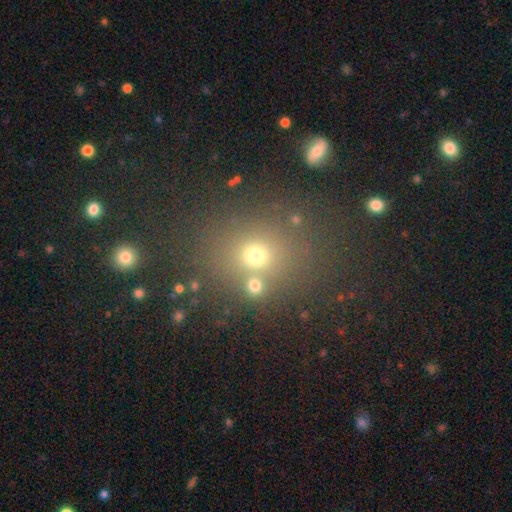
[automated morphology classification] The model was most divided on "how rounded": round: 67%, in between: 32%, cigar-shaped: 1%. More confident: merging — none (71%); smooth or featured — smooth (65%).